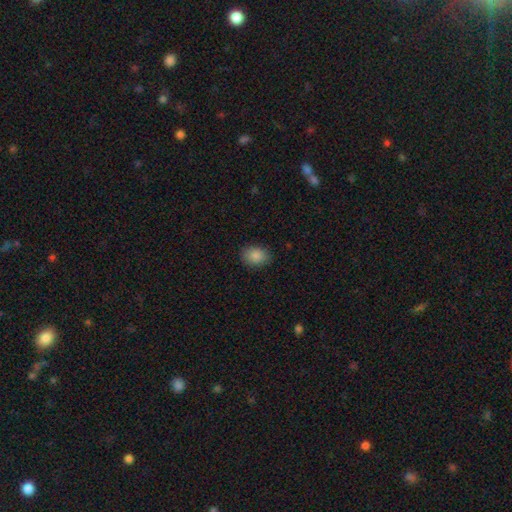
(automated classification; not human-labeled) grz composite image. It shows a smooth galaxy with no disk features (87%) that is in between round and cigar-shaped (65%). Merging: none (84%).